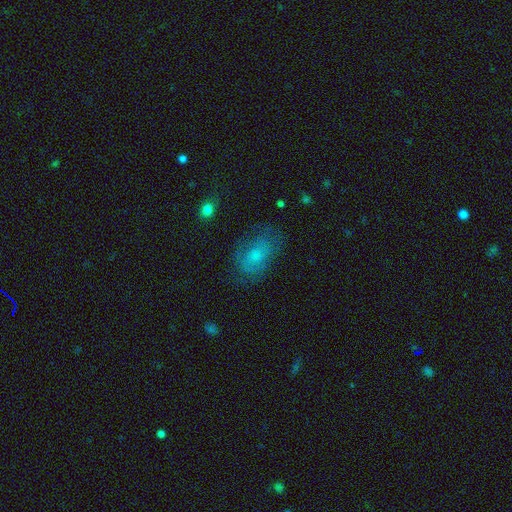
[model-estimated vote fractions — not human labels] smooth 56%, featured or disk 32%, star or artifact 12%. Down the decision tree: how rounded — in between (83%); merging — none (60%).